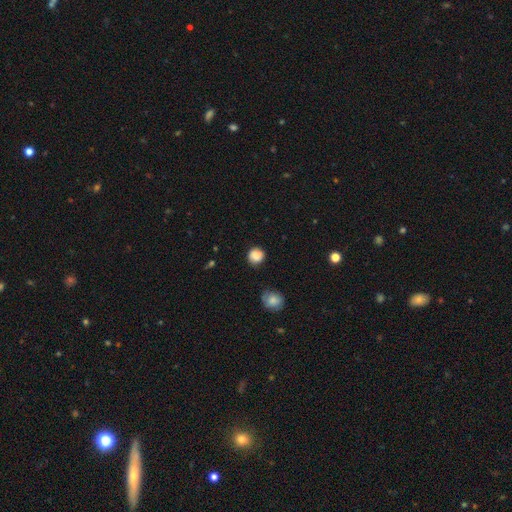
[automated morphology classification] type=smooth (85%); roundness=round (90%); merging=none (78%).